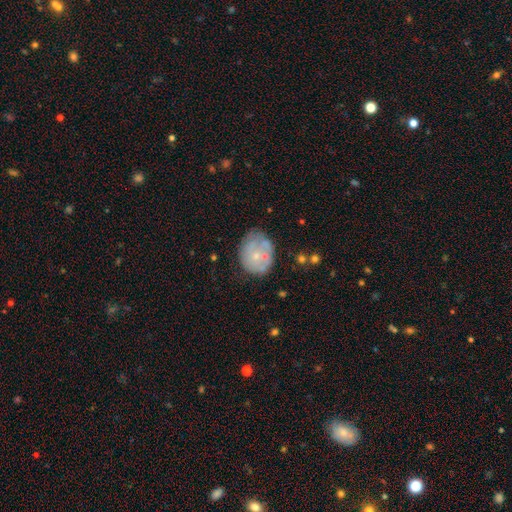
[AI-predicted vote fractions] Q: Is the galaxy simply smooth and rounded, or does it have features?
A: smooth — 50%.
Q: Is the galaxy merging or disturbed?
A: none — 52%.